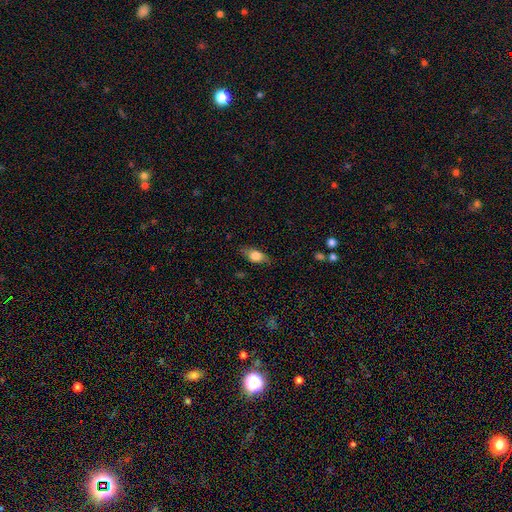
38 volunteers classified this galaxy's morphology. Smooth or featured: smooth — 74% (featured or disk — 18%)
How rounded: in between — 93% (round — 4%)
Merging: none — 80% (minor disturbance — 20%)